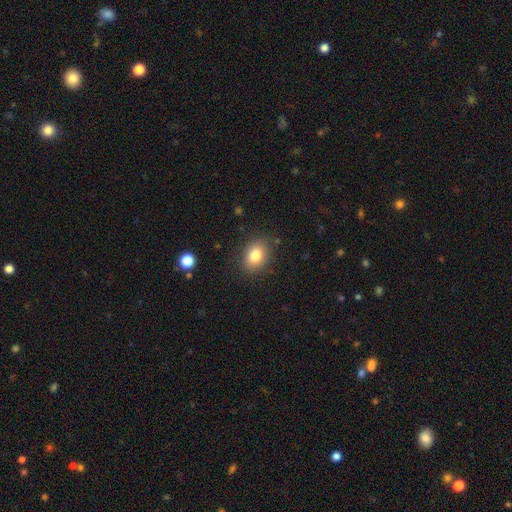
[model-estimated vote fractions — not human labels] Q: Smooth or featured?
A: smooth (81%); runner-up: star or artifact (10%)
Q: How rounded?
A: in between (66%); runner-up: round (33%)
Q: Merging?
A: none (85%); runner-up: minor disturbance (11%)